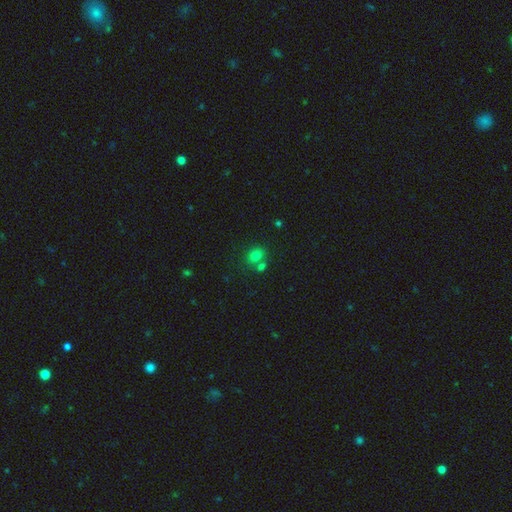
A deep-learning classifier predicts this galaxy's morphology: A smooth galaxy with no disk features (75%) that is round (58%). Merging: none (57%).